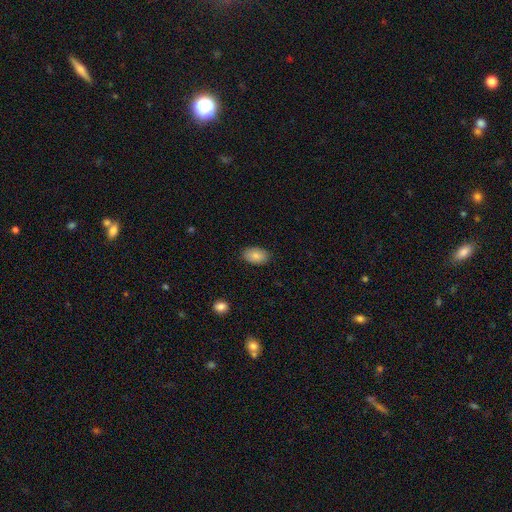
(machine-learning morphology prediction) type=smooth (86%); roundness=in between (92%); merging=none (88%).